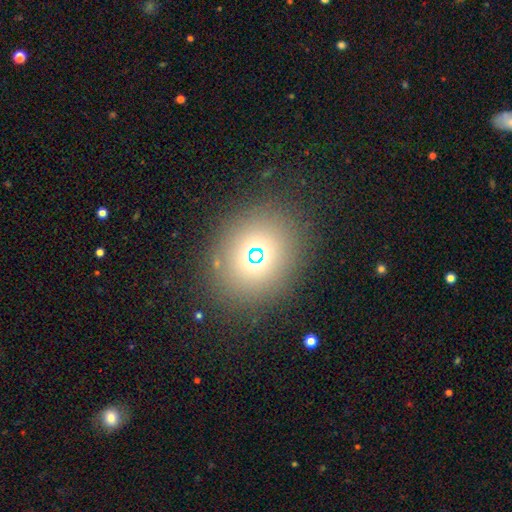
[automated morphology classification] smooth-or-featured: smooth: 53% | star or artifact: 34% | featured or disk: 12%
  how-rounded: round: 73% | in between: 26% | cigar-shaped: 2%
  merging: none: 86% | minor disturbance: 8% | major disturbance: 4% | merger: 2%